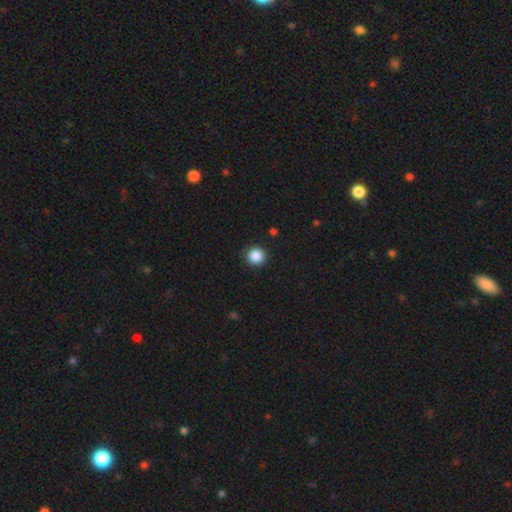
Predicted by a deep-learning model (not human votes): This appears to be a smooth galaxy with no disk features (87%) that is round (94%). Merging: none (92%).